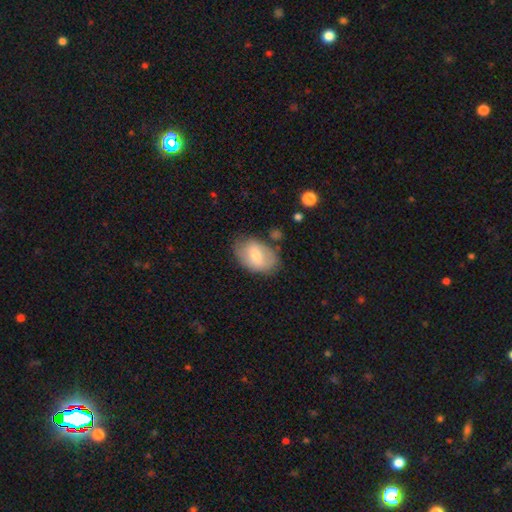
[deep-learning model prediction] A smooth galaxy with no disk features (61%) that is in between round and cigar-shaped (85%). Merging: none (68%).